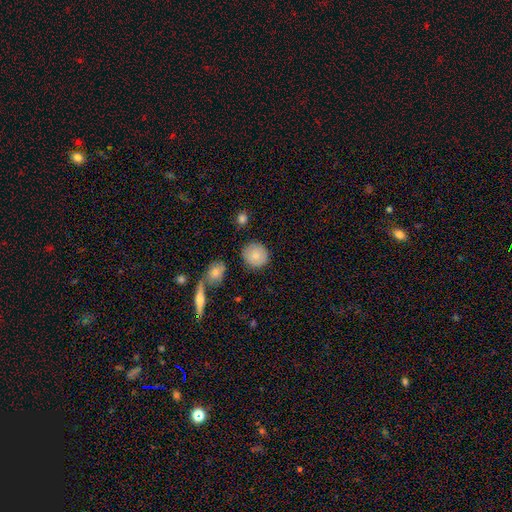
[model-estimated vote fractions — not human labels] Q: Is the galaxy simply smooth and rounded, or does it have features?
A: smooth — 81%.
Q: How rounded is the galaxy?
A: round — 88%.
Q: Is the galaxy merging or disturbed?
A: none — 83%.